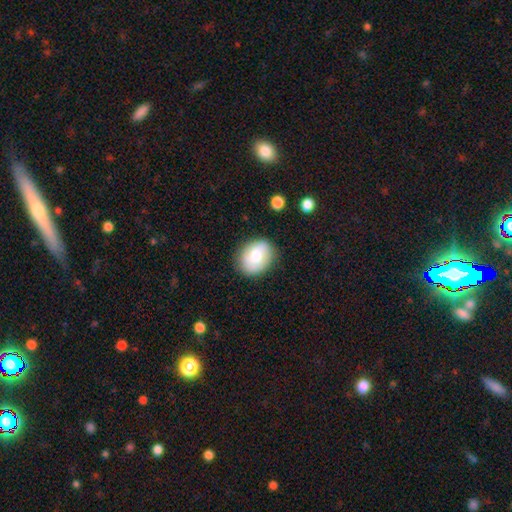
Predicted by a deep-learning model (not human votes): This is likely a smooth galaxy (68%). How rounded: possibly in between (53%). Merging: likely none (79%).